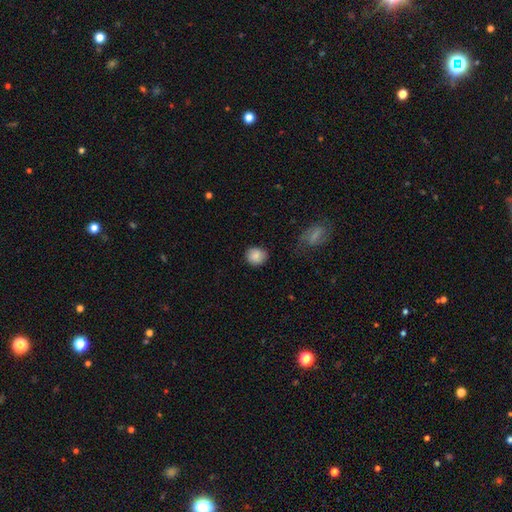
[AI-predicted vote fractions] Smooth or featured? smooth (82%)
How rounded? round (79%)
Merging? none (80%)